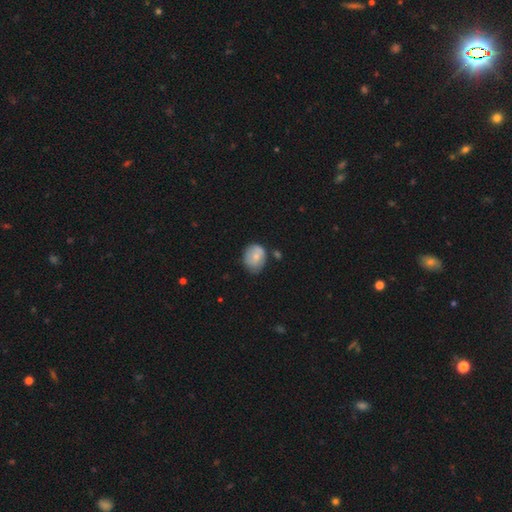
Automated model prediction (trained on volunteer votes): smooth_or_featured: smooth (p=0.71) [alt: featured or disk p=0.21]
how_rounded: round (p=0.53) [alt: in between p=0.46]
merging: none (p=0.52) [alt: minor disturbance p=0.34]